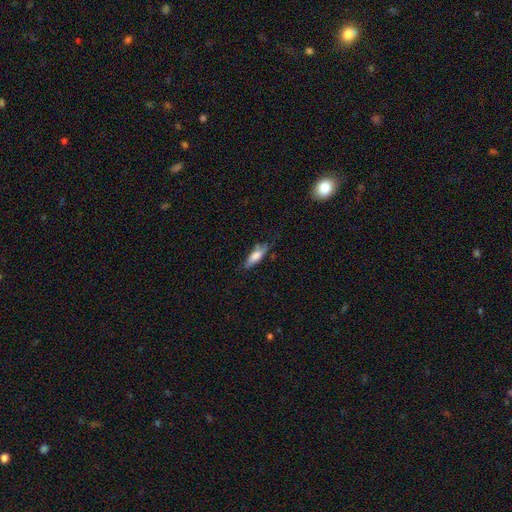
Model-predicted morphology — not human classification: Smooth or featured: smooth — 68% (featured or disk — 25%)
How rounded: in between — 49% (tied with cigar-shaped — 49%)
Merging: none — 67% (minor disturbance — 25%)